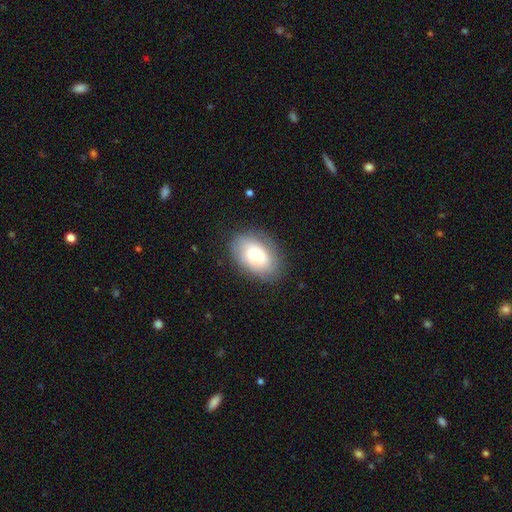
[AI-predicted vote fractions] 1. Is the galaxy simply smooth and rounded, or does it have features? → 67% smooth, 25% featured or disk, 8% star or artifact.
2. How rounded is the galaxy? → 88% in between, 11% round, 1% cigar-shaped.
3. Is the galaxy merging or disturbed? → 79% none, 15% minor disturbance, 5% major disturbance, 1% merger.